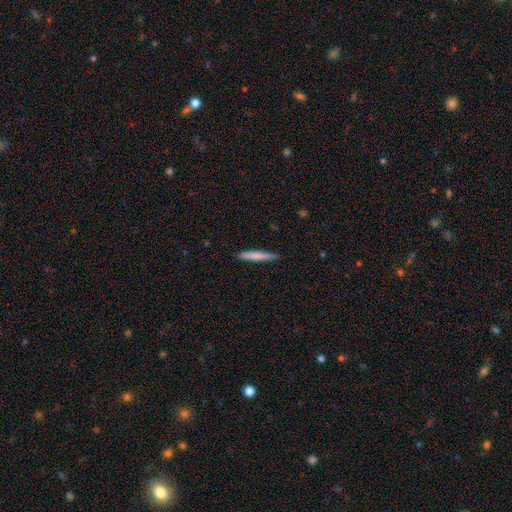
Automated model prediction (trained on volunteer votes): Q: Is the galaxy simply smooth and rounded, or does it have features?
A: smooth — 74%.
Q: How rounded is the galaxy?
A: cigar-shaped — 95%.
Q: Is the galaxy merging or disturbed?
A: none — 86%.